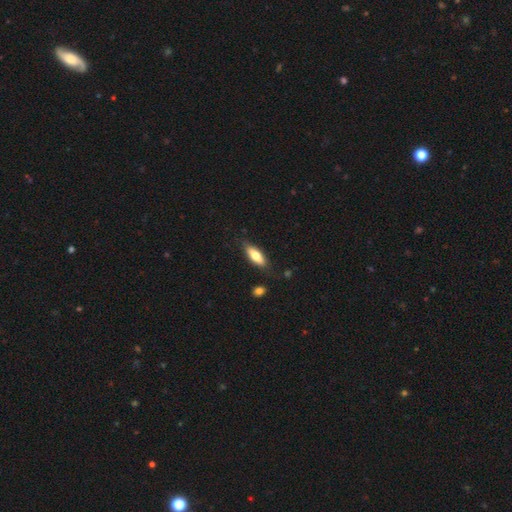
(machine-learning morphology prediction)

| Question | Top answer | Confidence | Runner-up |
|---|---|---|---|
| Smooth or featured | smooth | 68% | featured or disk (26%) |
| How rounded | in between | 63% | cigar-shaped (34%) |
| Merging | none | 80% | minor disturbance (15%) |